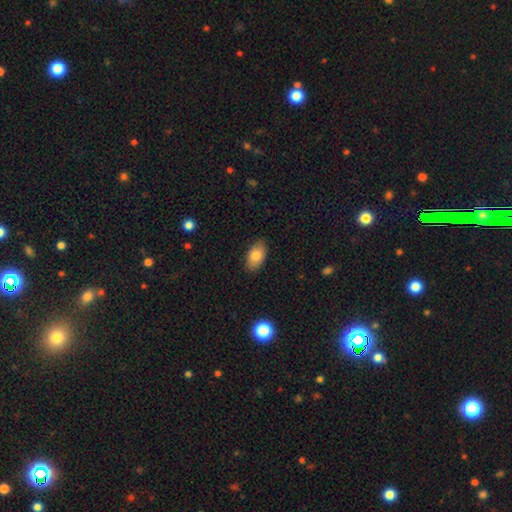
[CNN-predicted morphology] Q: Smooth or featured?
A: smooth (82%); runner-up: featured or disk (10%)
Q: How rounded?
A: in between (92%); runner-up: round (6%)
Q: Merging?
A: none (82%); runner-up: minor disturbance (14%)